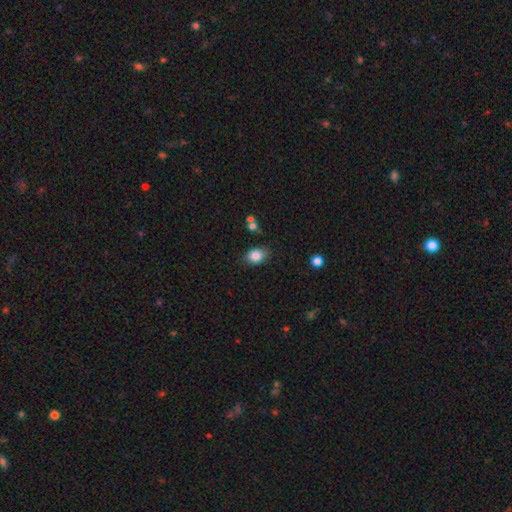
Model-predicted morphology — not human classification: This is clearly a smooth galaxy (85%). How rounded: likely in between (67%). Merging: likely none (79%).